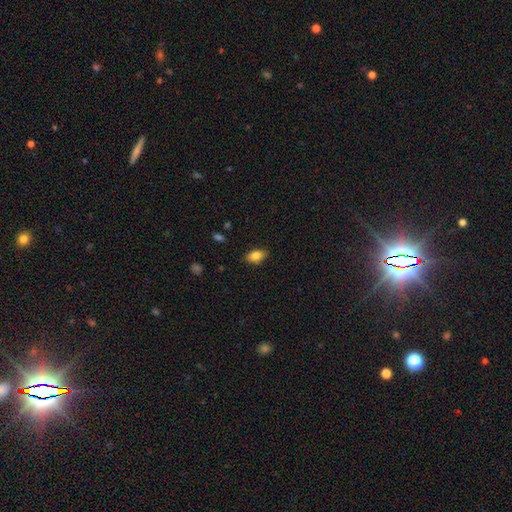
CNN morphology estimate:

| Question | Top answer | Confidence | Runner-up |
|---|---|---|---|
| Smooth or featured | smooth | 81% | featured or disk (10%) |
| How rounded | in between | 87% | round (8%) |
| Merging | none | 86% | minor disturbance (11%) |